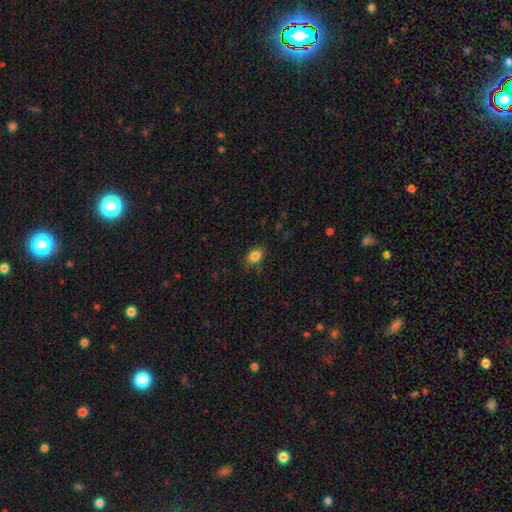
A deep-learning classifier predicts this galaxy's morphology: smooth 86%, star or artifact 9%, featured or disk 5%. Down the decision tree: how rounded — in between (80%); merging — none (81%).